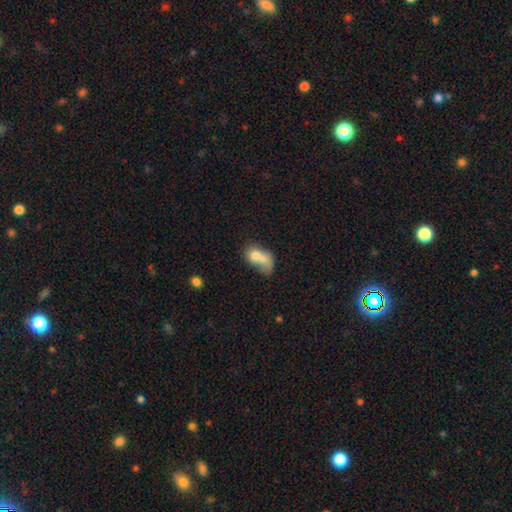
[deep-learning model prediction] smooth 66%, featured or disk 25%, star or artifact 9%. Down the decision tree: how rounded — in between (67%); merging — merger (70%).